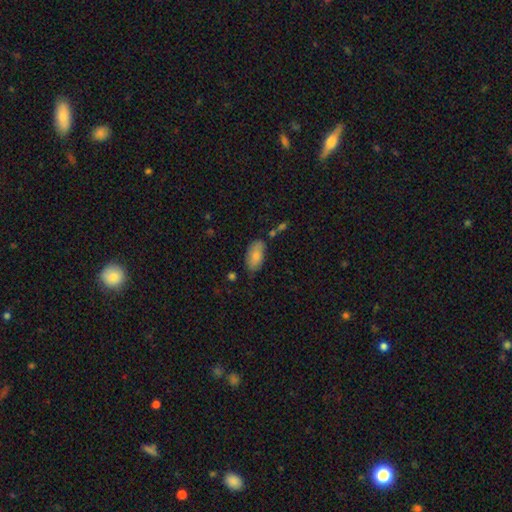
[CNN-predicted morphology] A smooth galaxy with no disk features (82%) that is in between round and cigar-shaped (94%).

Vote fractions:
- Smooth or featured? smooth: 82% / featured or disk: 12% / star or artifact: 7%
- How rounded? in between: 94% / cigar-shaped: 3% / round: 3%
- Merging? none: 70% / minor disturbance: 21% / major disturbance: 4% / merger: 4%